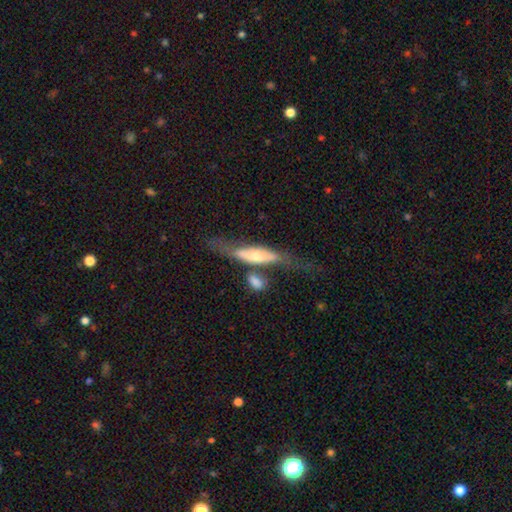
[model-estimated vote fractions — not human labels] Q: Smooth or featured?
A: featured or disk (55%); runner-up: smooth (39%)
Q: Edge-on disk?
A: yes (66%); runner-up: no (34%)
Q: Merging?
A: none (40%); runner-up: merger (23%)